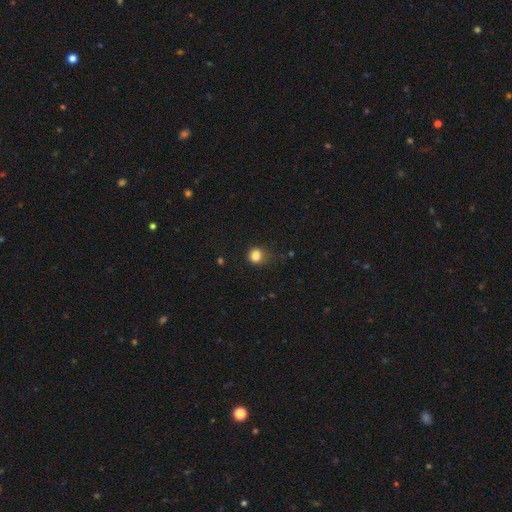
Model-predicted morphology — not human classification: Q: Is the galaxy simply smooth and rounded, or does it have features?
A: smooth — 83%.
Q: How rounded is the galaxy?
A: round — 75%.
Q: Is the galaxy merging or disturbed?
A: none — 61%.